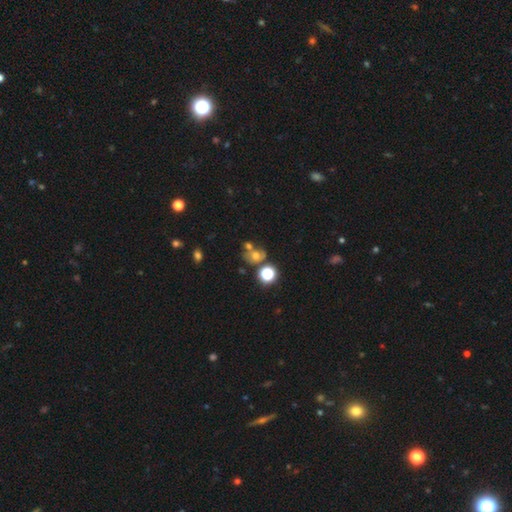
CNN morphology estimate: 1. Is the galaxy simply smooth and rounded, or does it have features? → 53% smooth, 25% star or artifact, 22% featured or disk.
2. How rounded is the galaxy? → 66% round, 33% in between, 1% cigar-shaped.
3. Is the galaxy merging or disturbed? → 42% none, 35% merger, 14% minor disturbance, 9% major disturbance.